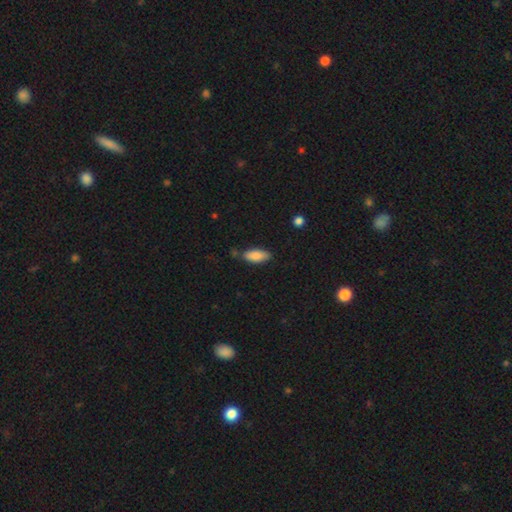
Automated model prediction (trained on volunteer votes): smooth_or_featured: smooth (p=0.85) [alt: featured or disk p=0.08]
how_rounded: in between (p=0.82) [alt: cigar-shaped p=0.16]
merging: none (p=0.74) [alt: minor disturbance p=0.18]